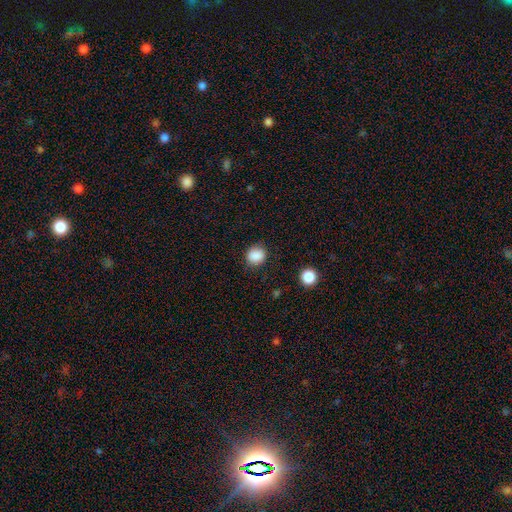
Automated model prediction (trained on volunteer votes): A smooth galaxy with no disk features (87%) that is round (76%).

Vote fractions:
- Smooth or featured? smooth: 87% / star or artifact: 10% / featured or disk: 4%
- How rounded? round: 76% / in between: 24% / cigar-shaped: 1%
- Merging? none: 83% / minor disturbance: 12% / major disturbance: 3% / merger: 1%